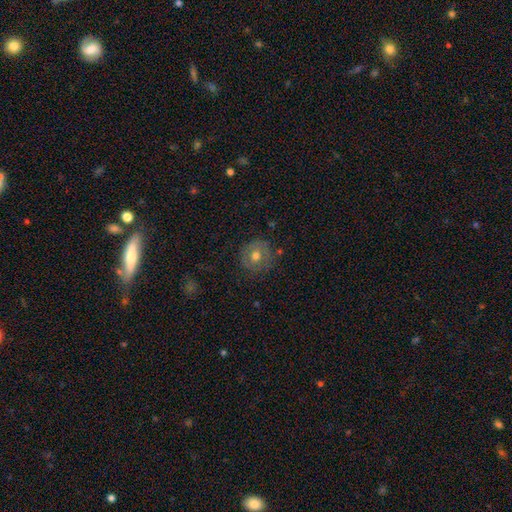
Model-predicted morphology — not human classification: A smooth galaxy with no disk features (55%) that is round (86%). Merging: none (78%).